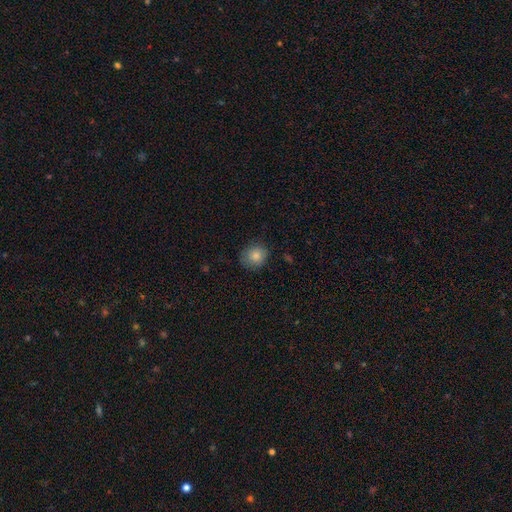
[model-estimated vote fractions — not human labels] smooth_or_featured: smooth (p=0.84) [alt: star or artifact p=0.10]
how_rounded: round (p=0.84) [alt: in between p=0.15]
merging: none (p=0.82) [alt: minor disturbance p=0.14]